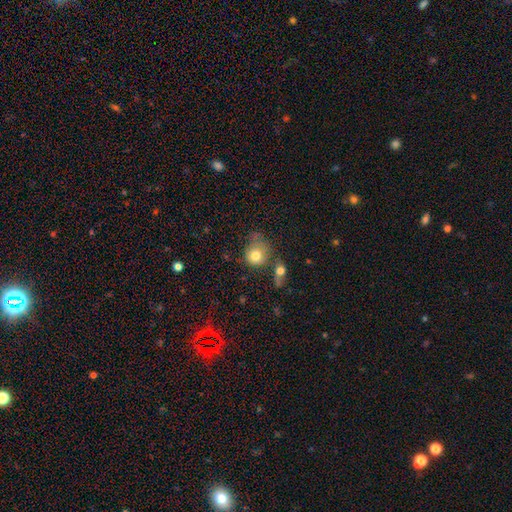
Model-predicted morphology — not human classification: Q: Smooth or featured?
A: smooth (78%); runner-up: featured or disk (13%)
Q: How rounded?
A: round (73%); runner-up: in between (26%)
Q: Merging?
A: none (37%); runner-up: merger (25%)